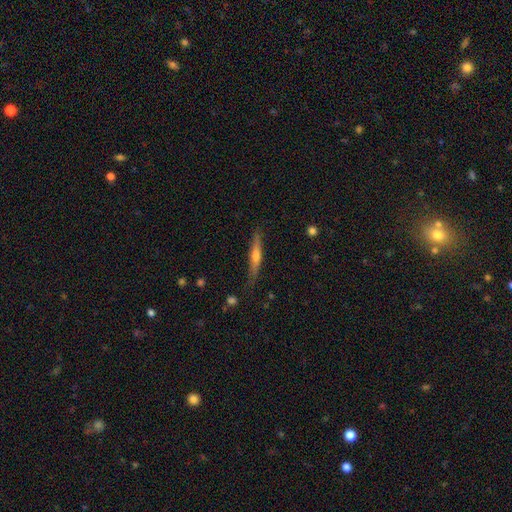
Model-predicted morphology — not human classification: This appears to be a featured or disk galaxy (58%) viewed edge-on (96%) with a rounded central bulge (79%). Merging: none (82%).